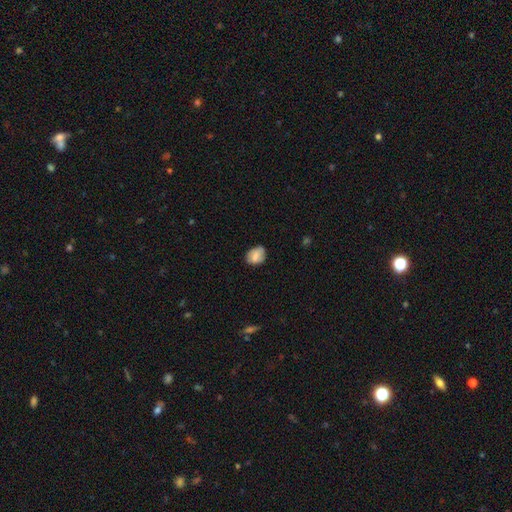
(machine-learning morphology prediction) A smooth galaxy with no disk features (77%) that is in between round and cigar-shaped (64%). Merging: none (70%).